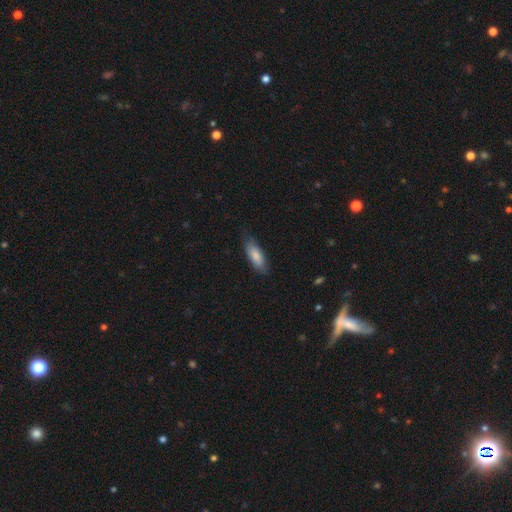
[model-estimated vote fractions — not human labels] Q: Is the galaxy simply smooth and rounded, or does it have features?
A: smooth — 82%.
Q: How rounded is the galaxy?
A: in between — 71%.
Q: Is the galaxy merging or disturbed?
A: none — 75%.